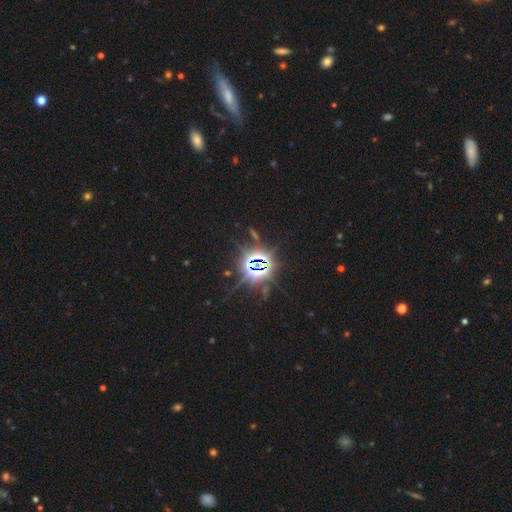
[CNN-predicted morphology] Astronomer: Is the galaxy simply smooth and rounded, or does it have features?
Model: star or artifact — 84%.